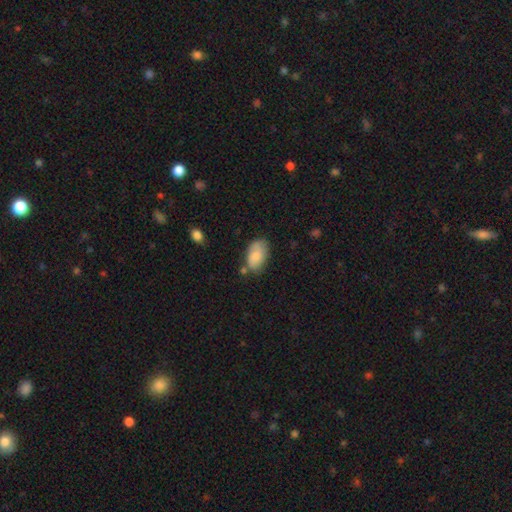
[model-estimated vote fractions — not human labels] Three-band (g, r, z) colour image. It shows a smooth galaxy with no disk features (82%) that is in between round and cigar-shaped (93%). Merging: none (61%).